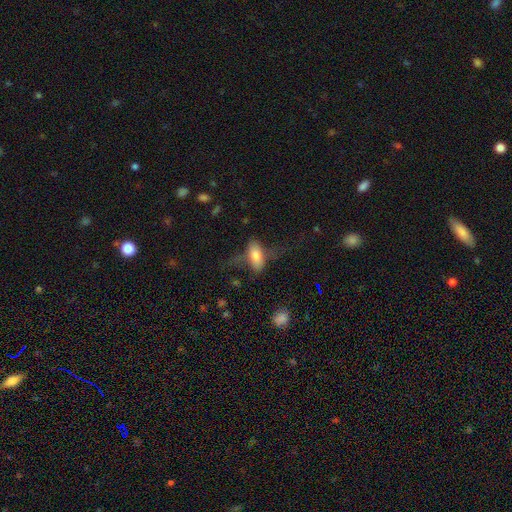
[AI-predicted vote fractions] smooth 68%, featured or disk 24%, star or artifact 8%. Down the decision tree: how rounded — in between (82%); merging — none (47%).